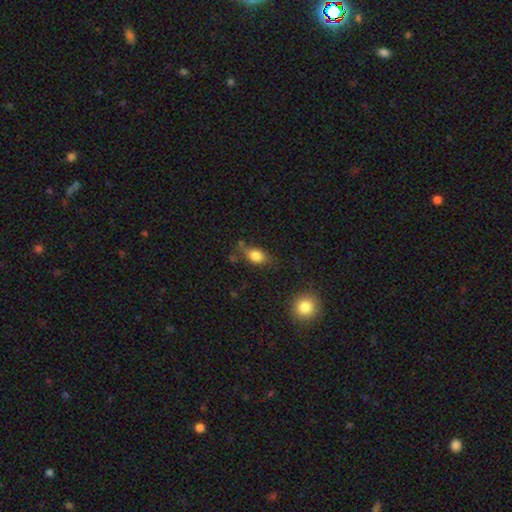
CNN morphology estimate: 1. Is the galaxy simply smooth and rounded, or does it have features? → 82% smooth, 9% star or artifact, 9% featured or disk.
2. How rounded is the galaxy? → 79% in between, 17% round, 5% cigar-shaped.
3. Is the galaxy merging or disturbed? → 63% none, 23% minor disturbance, 7% major disturbance, 6% merger.